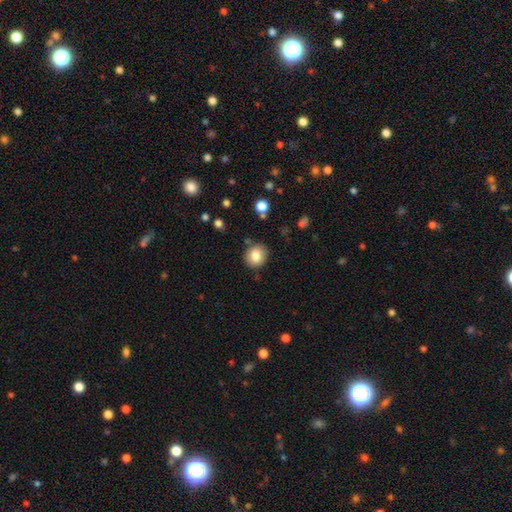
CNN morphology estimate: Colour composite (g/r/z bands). It shows a smooth galaxy with no disk features (81%) that is round (75%). Merging: none (85%).